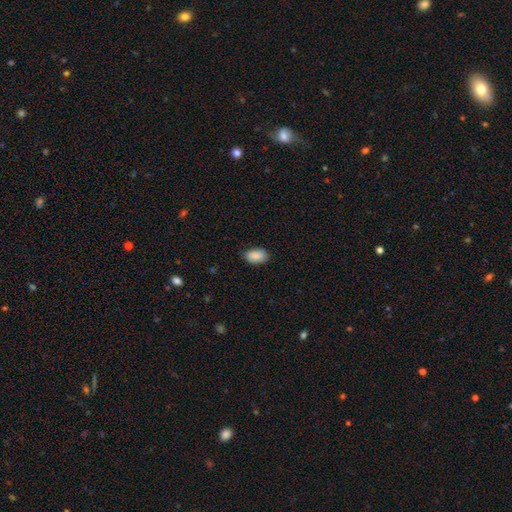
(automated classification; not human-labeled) smooth 89%, star or artifact 7%, featured or disk 4%. Down the decision tree: how rounded — in between (92%); merging — none (80%).